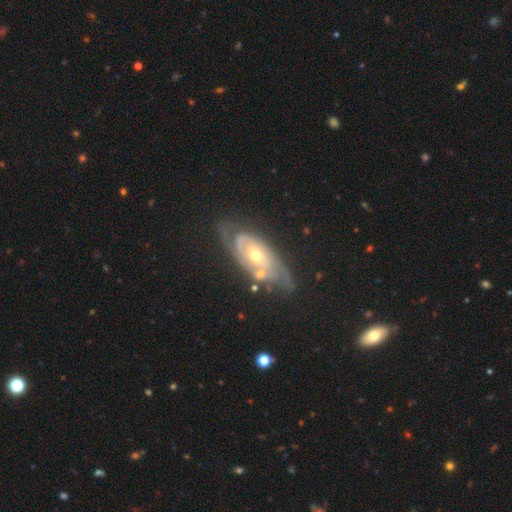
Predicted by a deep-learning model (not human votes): Smooth or featured? featured or disk (80%)
Edge-on disk? no (89%)
Bar? no (74%)
Spiral arms? yes (81%)
Spiral winding? tight (65%)
Spiral arm count? 2 (41%)
Bulge size? moderate (54%)
Merging? none (63%)